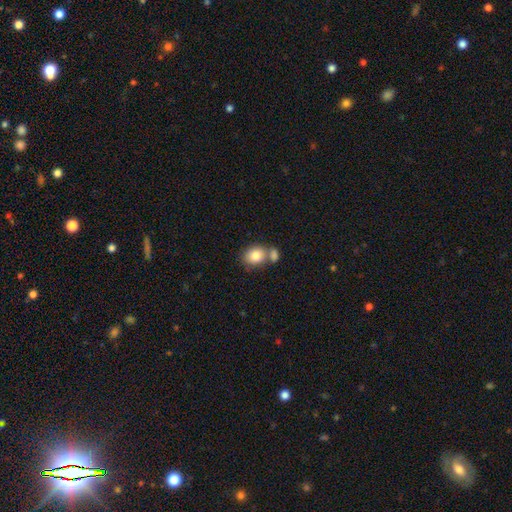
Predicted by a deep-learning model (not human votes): Overall: smooth (82%). How rounded: in between (51%; round 48%). Merging: none (49%; merger 37%).